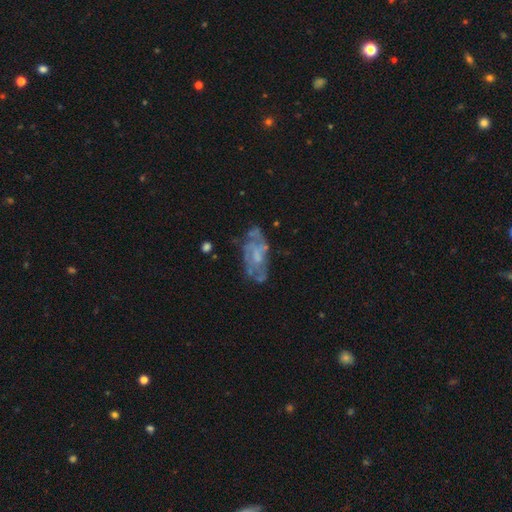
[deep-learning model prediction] A featured or disk galaxy (71%) with no bar (68%), spiral arms (59%) and a small central bulge (41%). Merging: none (59%).